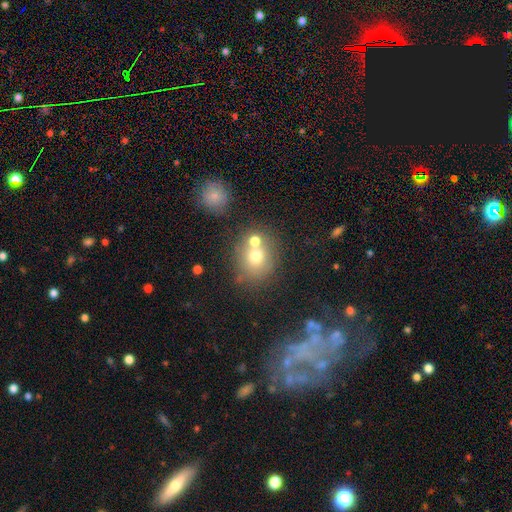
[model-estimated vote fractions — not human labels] Smooth or featured? Predicted: smooth (p=0.68). How rounded? Predicted: round (p=0.72). Merging? Predicted: none (p=0.50).